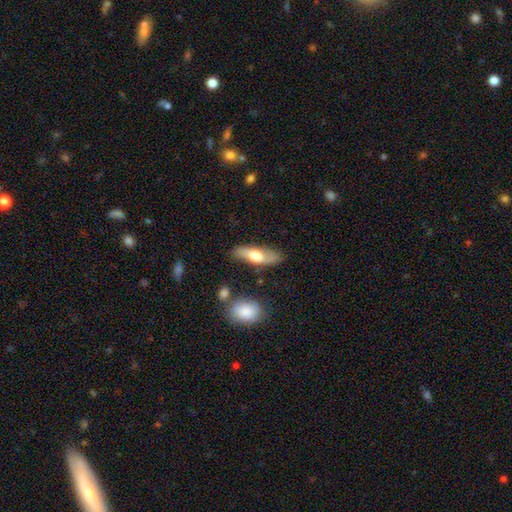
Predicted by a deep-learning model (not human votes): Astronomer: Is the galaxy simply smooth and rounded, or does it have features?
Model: smooth — 54% (runner-up: featured or disk, 40%).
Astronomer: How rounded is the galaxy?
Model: in between — 54% (runner-up: cigar-shaped, 43%).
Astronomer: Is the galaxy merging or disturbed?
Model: none — 79%.